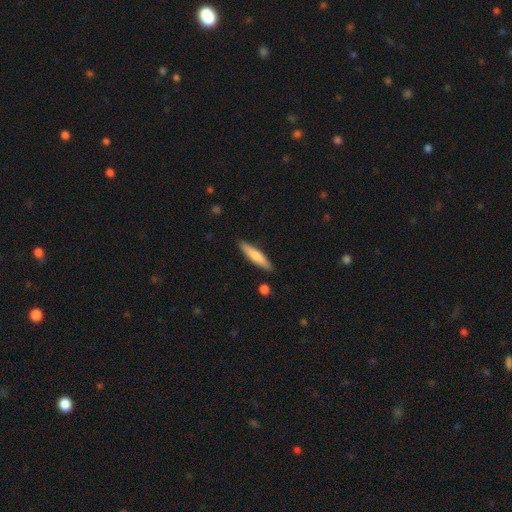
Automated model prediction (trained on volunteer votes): Smooth or featured? Predicted: smooth (p=0.71). How rounded? Predicted: cigar-shaped (p=0.84). Merging? Predicted: none (p=0.87).